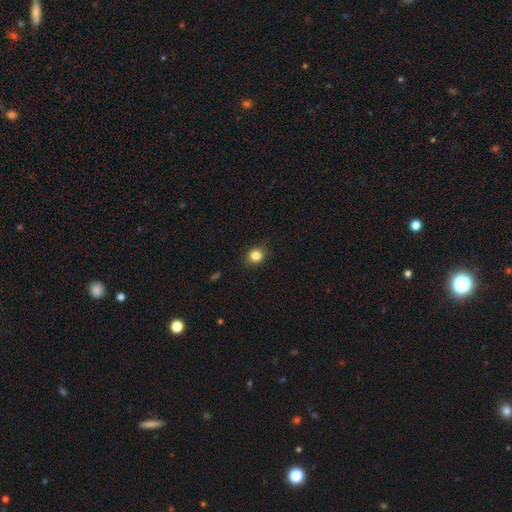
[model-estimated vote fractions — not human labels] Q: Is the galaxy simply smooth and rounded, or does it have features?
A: smooth — 84%.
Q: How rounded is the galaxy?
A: round — 74%.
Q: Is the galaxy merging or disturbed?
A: none — 86%.